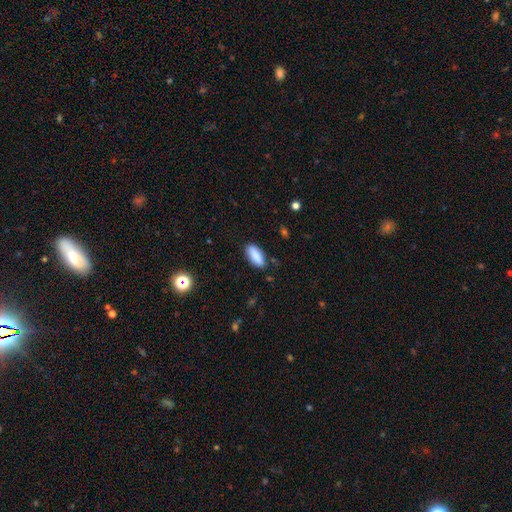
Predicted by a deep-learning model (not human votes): smooth-or-featured: smooth: 88% | star or artifact: 7% | featured or disk: 5%
  how-rounded: in between: 80% | cigar-shaped: 18% | round: 2%
  merging: none: 85% | minor disturbance: 11% | major disturbance: 2% | merger: 2%